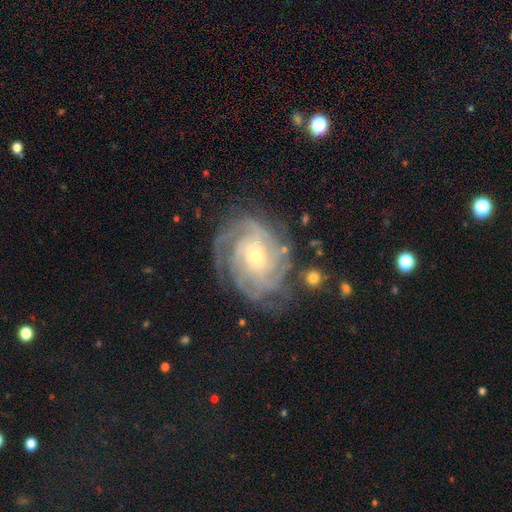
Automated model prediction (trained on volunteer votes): This is clearly a featured or disk galaxy (90%). It is clearly not viewed edge-on (98%). Bar: possibly no (47%). Spiral arm pattern: clearly yes (98%). Spiral arm count: marginally 4 (32%). Spiral winding: likely tight (71%). Central bulge: possibly small (59%). Merging: likely none (75%).